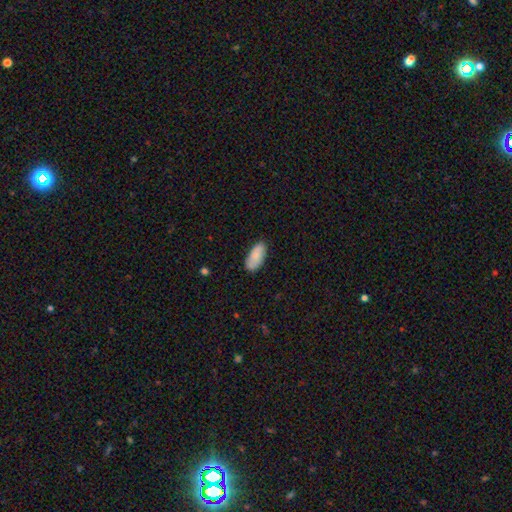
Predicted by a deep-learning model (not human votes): Smooth or featured? Predicted: smooth (p=0.84). How rounded? Predicted: in between (p=0.91). Merging? Predicted: none (p=0.83).